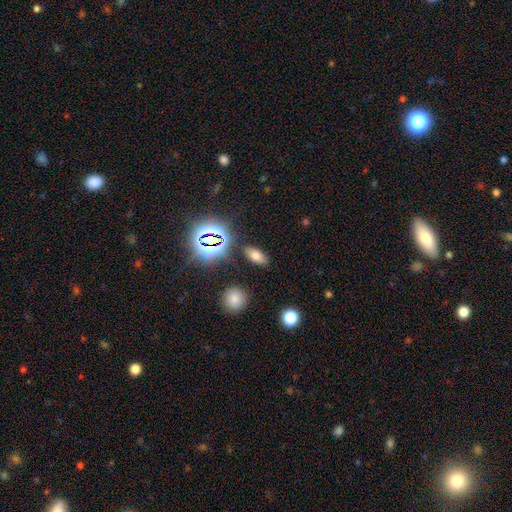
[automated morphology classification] Smooth or featured? smooth (64%)
How rounded? in between (85%)
Merging? none (86%)